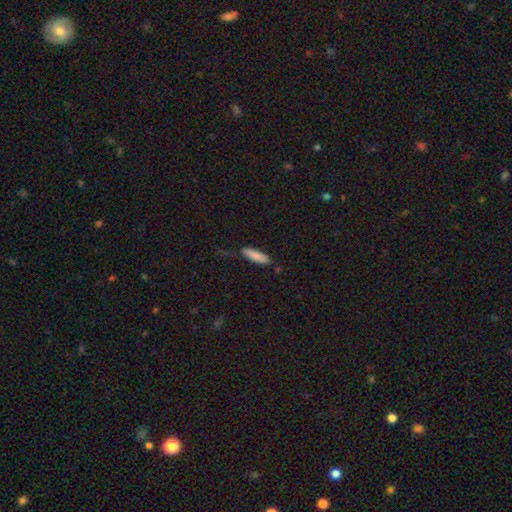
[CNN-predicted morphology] Smooth or featured?
  - smooth: 85% *
  - featured or disk: 9%
  - star or artifact: 6%
How rounded?
  - cigar-shaped: 66% *
  - in between: 32%
  - round: 1%
Merging?
  - none: 73% *
  - minor disturbance: 20%
  - major disturbance: 4%
  - merger: 2%